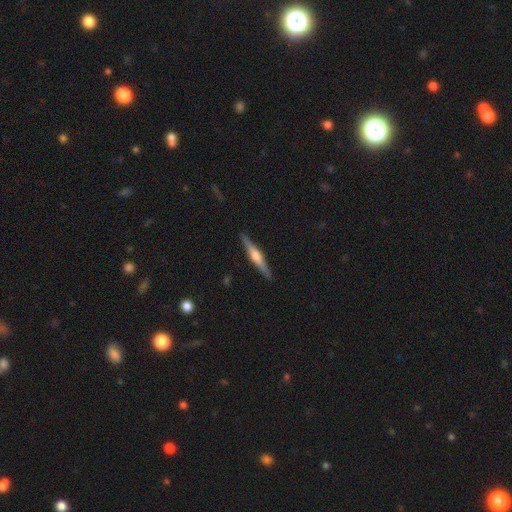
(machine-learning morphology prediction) The model was most divided on "smooth or featured": featured or disk: 73%, smooth: 22%, star or artifact: 5%. More confident: edge-on disk — yes (98%); merging — none (91%); edge-on bulge — rounded (86%).